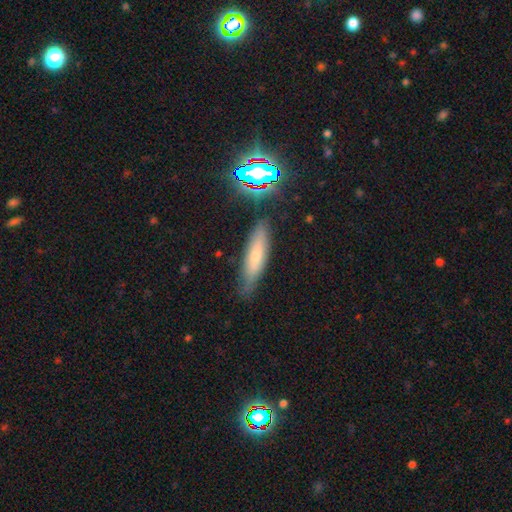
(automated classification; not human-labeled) smooth 59%, featured or disk 30%, star or artifact 10%. Down the decision tree: how rounded — cigar-shaped (70%); merging — none (78%).